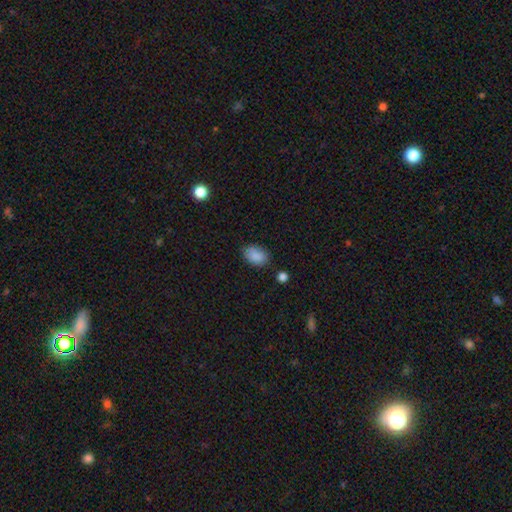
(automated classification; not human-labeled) Q: Smooth or featured?
A: smooth (88%); runner-up: star or artifact (8%)
Q: How rounded?
A: in between (87%); runner-up: round (12%)
Q: Merging?
A: none (78%); runner-up: minor disturbance (16%)